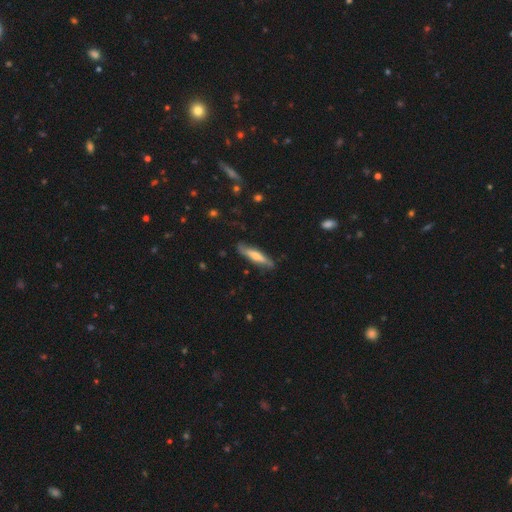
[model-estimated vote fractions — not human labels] This is possibly a smooth galaxy (51%). How rounded: clearly cigar-shaped (82%). Merging: clearly none (82%).